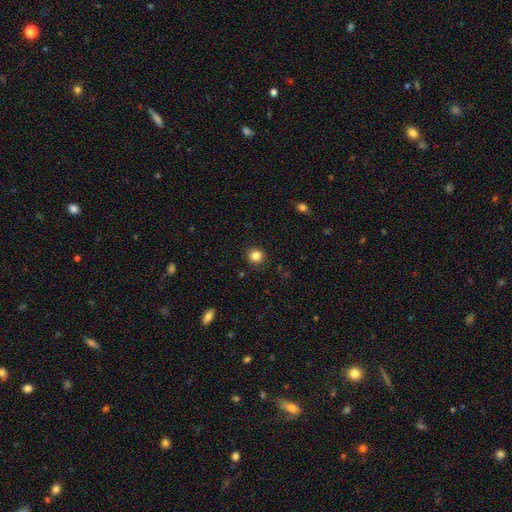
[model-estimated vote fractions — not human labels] Smooth or featured? Predicted: smooth (p=0.84). How rounded? Predicted: round (p=0.93). Merging? Predicted: none (p=0.92).